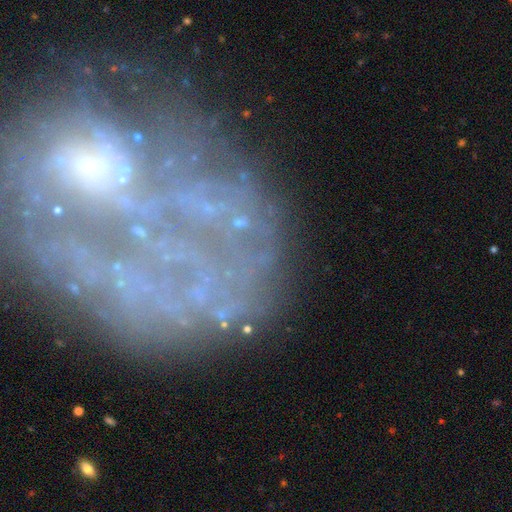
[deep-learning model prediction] A featured or disk galaxy (63%) with no bar (72%), no spiral arms (56%) and no central bulge (52%).

Vote fractions:
- Smooth or featured? featured or disk: 63% / star or artifact: 21% / smooth: 16%
- Edge-on disk? no: 95% / yes: 5%
- Bar? no: 72% / weak: 16% / strong: 11%
- Spiral arms? no: 56% / yes: 44%
- Bulge size? none: 52% / small: 24% / moderate: 16% / large: 5% / dominant: 3%
- Merging? none: 42% / major disturbance: 25% / merger: 18% / minor disturbance: 16%